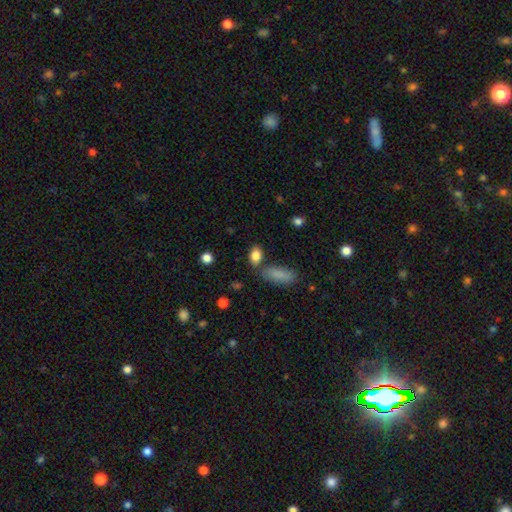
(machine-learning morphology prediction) A smooth galaxy with no disk features (85%) that is in between round and cigar-shaped (83%).

Vote fractions:
- Smooth or featured? smooth: 85% / star or artifact: 9% / featured or disk: 6%
- How rounded? in between: 83% / round: 13% / cigar-shaped: 4%
- Merging? none: 68% / merger: 14% / minor disturbance: 14% / major disturbance: 4%